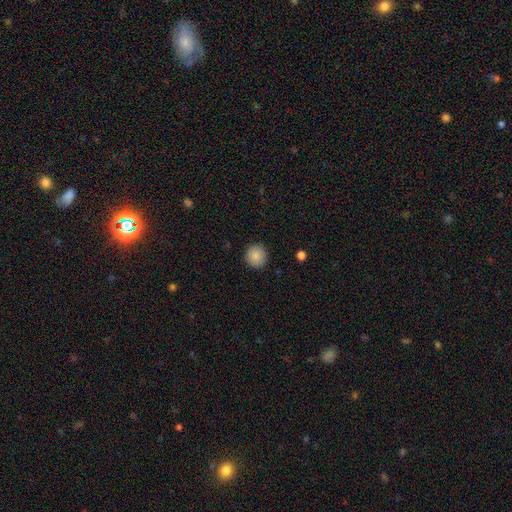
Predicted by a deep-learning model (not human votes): Smooth or featured: smooth — 87% (star or artifact — 8%)
How rounded: round — 93% (in between — 6%)
Merging: none — 91% (minor disturbance — 6%)